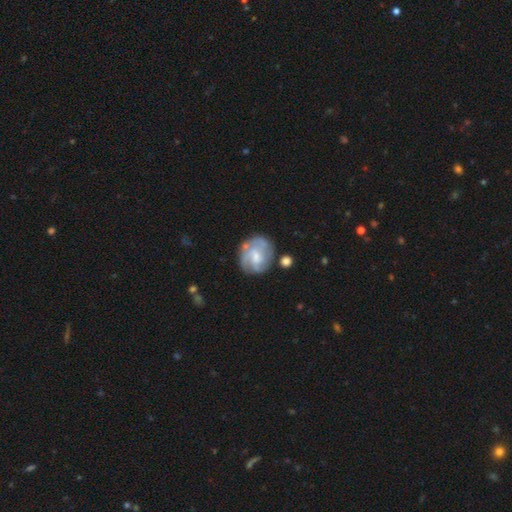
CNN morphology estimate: Q: Smooth or featured?
A: featured or disk (69%); runner-up: smooth (25%)
Q: Edge-on disk?
A: no (98%); runner-up: yes (2%)
Q: Bar?
A: no (47%); runner-up: weak (44%)
Q: Spiral arms?
A: yes (83%); runner-up: no (17%)
Q: Spiral winding?
A: tight (43%); runner-up: medium (40%)
Q: Spiral arm count?
A: can't tell (36%); runner-up: 3 (27%)
Q: Bulge size?
A: moderate (40%); runner-up: small (38%)
Q: Merging?
A: none (64%); runner-up: minor disturbance (20%)